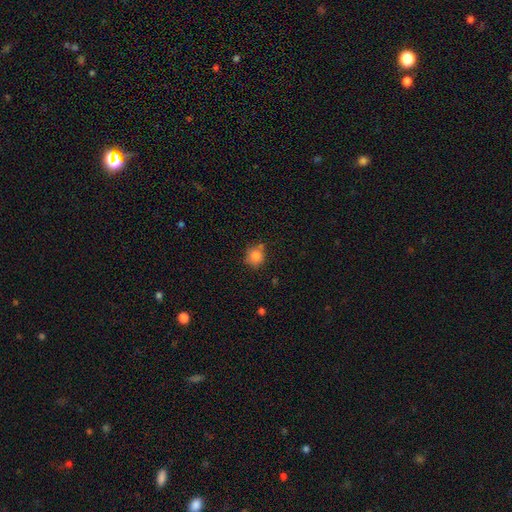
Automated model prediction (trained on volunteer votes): This appears to be a smooth galaxy with no disk features (82%) that is round (81%). Merging: none (65%).